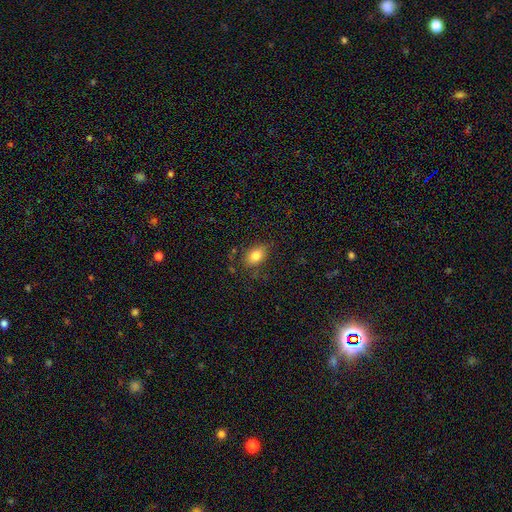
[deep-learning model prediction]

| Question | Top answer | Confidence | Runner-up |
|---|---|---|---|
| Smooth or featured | smooth | 82% | star or artifact (9%) |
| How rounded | in between | 83% | round (16%) |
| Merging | none | 79% | minor disturbance (15%) |